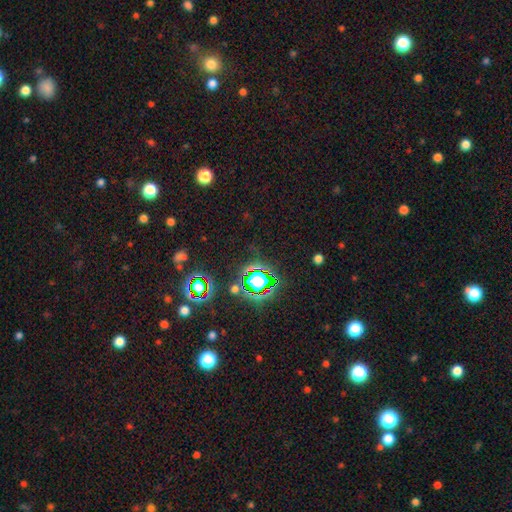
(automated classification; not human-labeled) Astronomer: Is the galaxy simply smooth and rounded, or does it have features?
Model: star or artifact — 79%.